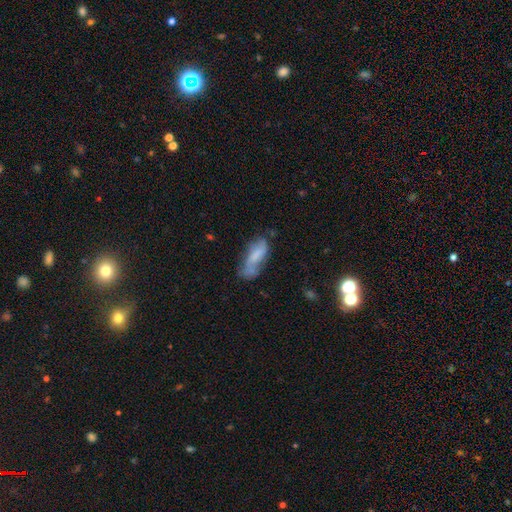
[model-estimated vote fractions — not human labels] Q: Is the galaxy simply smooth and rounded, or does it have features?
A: smooth — 55%.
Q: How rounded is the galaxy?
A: in between — 67%.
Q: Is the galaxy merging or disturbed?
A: none — 44%.